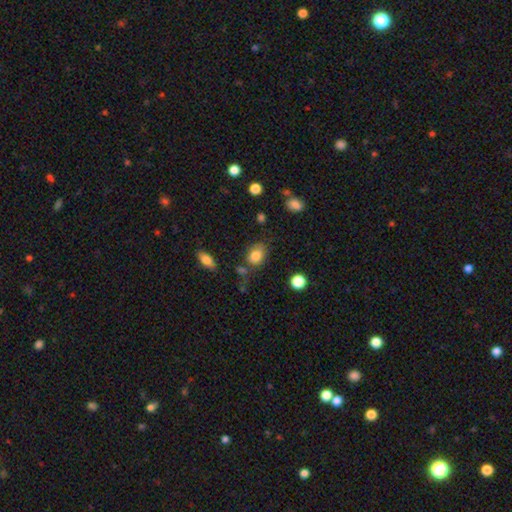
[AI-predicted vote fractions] smooth-or-featured: smooth: 83% | star or artifact: 9% | featured or disk: 8%
  how-rounded: in between: 68% | round: 30% | cigar-shaped: 1%
  merging: none: 64% | minor disturbance: 22% | merger: 7% | major disturbance: 7%